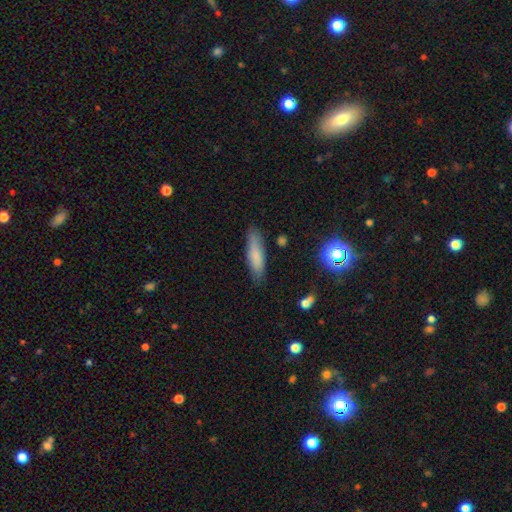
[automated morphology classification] Overall: smooth (79%). How rounded: cigar-shaped (65%; in between 33%). Merging: none (82%).